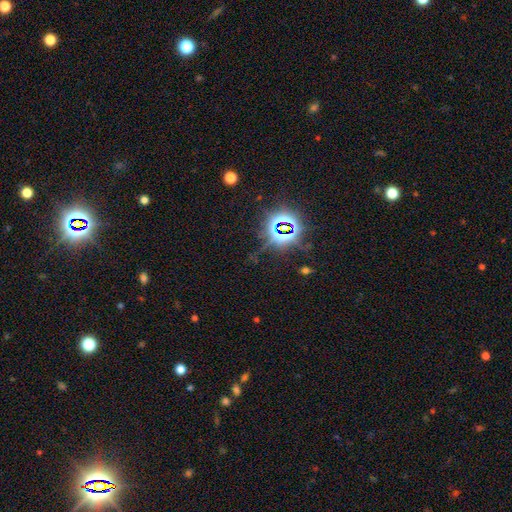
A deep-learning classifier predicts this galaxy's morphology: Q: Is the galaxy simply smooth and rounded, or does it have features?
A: star or artifact — 81%.